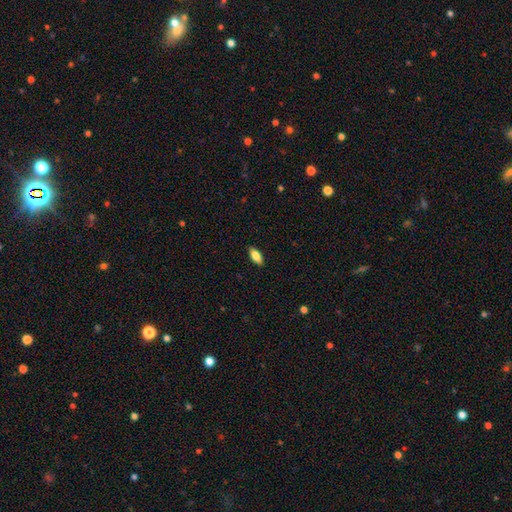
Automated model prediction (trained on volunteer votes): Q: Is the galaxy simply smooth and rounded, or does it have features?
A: smooth — 77%.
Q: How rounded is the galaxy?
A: in between — 84%.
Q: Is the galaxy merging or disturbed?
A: none — 89%.